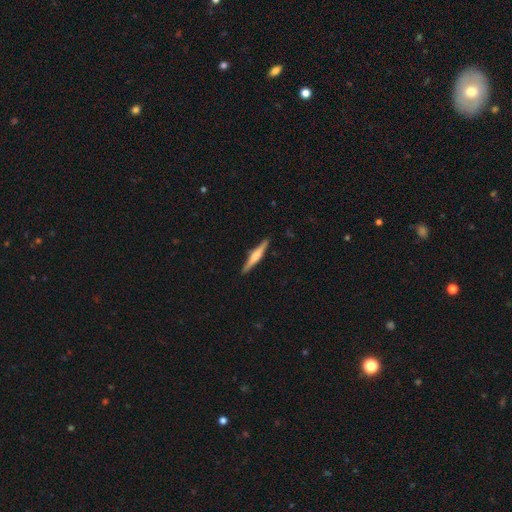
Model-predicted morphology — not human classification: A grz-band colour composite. It shows a featured or disk galaxy (64%) viewed edge-on (98%) with a rounded central bulge (80%). Merging: none (91%).